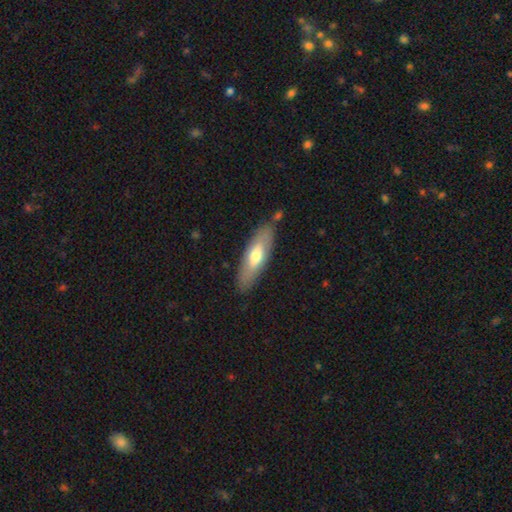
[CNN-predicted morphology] Overall: smooth (57%; featured or disk 37%). How rounded: in between (55%; cigar-shaped 43%). Merging: none (81%).